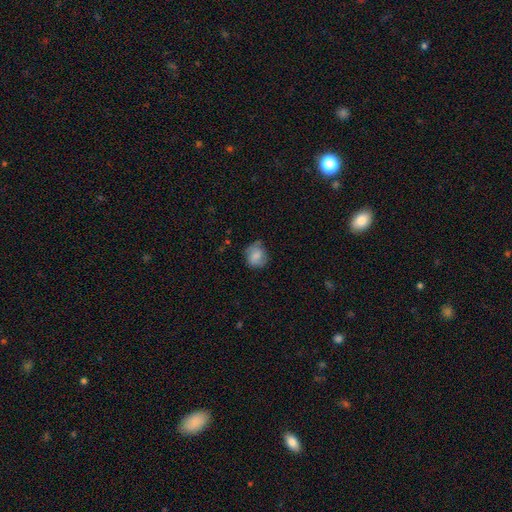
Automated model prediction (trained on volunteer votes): The model was most divided on "merging": none: 63%, minor disturbance: 27%, major disturbance: 8%, merger: 1%. More confident: how rounded — round (74%); smooth or featured — smooth (73%).